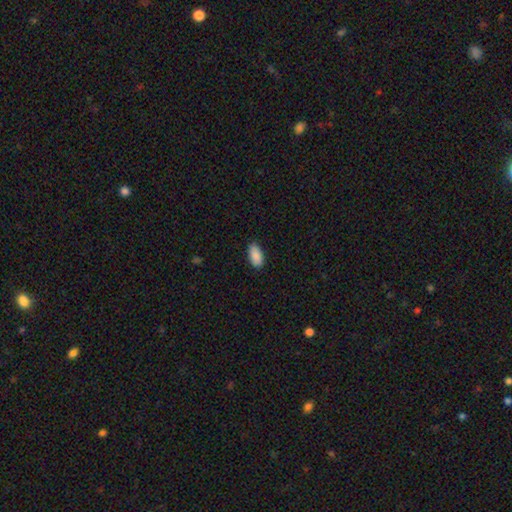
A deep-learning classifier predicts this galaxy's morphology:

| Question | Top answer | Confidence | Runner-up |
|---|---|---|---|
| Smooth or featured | smooth | 90% | star or artifact (6%) |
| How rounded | in between | 94% | cigar-shaped (4%) |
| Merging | none | 86% | minor disturbance (11%) |